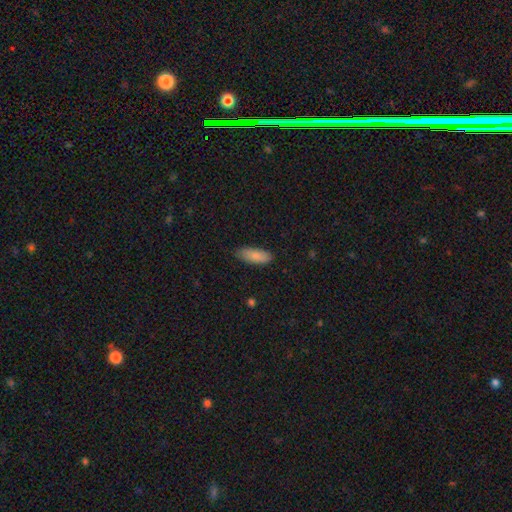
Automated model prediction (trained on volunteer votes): Smooth or featured? Predicted: smooth (p=0.87). How rounded? Predicted: in between (p=0.75). Merging? Predicted: none (p=0.82).